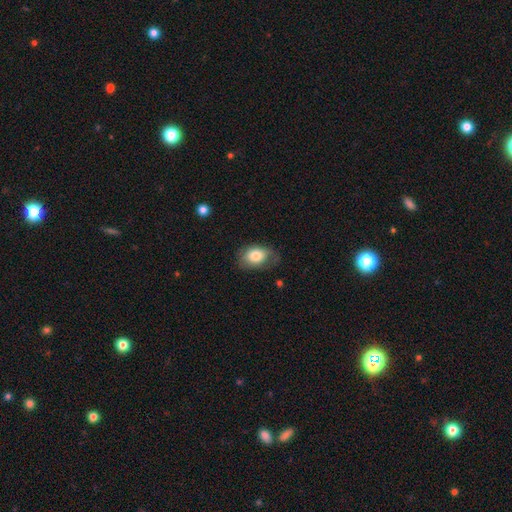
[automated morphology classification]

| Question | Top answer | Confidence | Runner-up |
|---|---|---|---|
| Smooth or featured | smooth | 78% | featured or disk (14%) |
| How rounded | in between | 81% | round (18%) |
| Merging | none | 57% | minor disturbance (30%) |